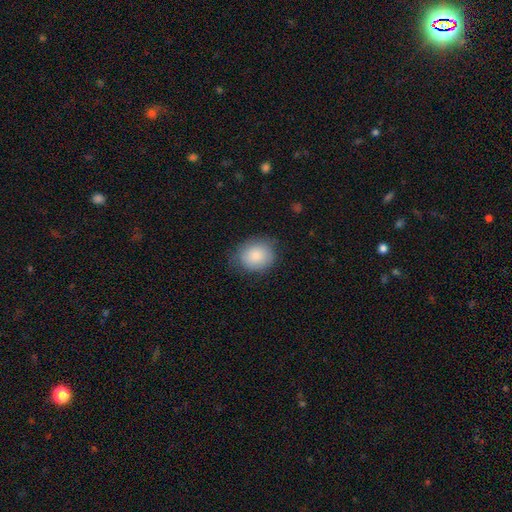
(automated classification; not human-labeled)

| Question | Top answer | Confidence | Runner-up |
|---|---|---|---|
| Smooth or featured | smooth | 84% | featured or disk (9%) |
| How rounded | round | 64% | in between (35%) |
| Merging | none | 73% | minor disturbance (21%) |